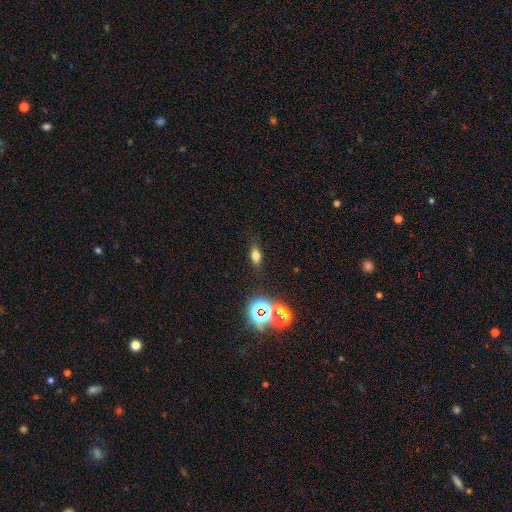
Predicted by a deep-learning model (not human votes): A smooth galaxy with no disk features (66%) that is in between round and cigar-shaped (72%).

Vote fractions:
- Smooth or featured? smooth: 66% / star or artifact: 21% / featured or disk: 13%
- How rounded? in between: 72% / cigar-shaped: 15% / round: 13%
- Merging? none: 84% / minor disturbance: 9% / major disturbance: 3% / merger: 3%